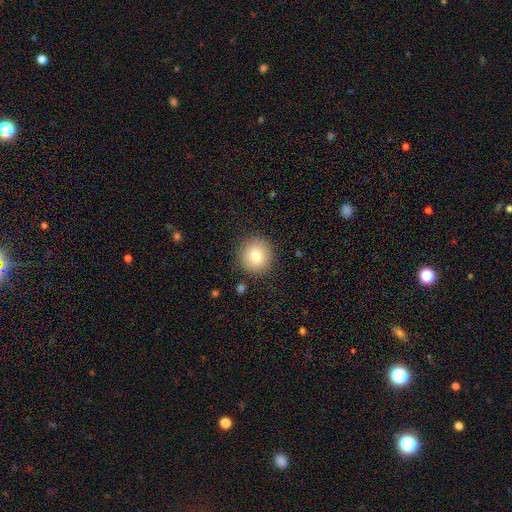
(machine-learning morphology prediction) type=smooth (78%); roundness=round (94%); merging=none (89%).